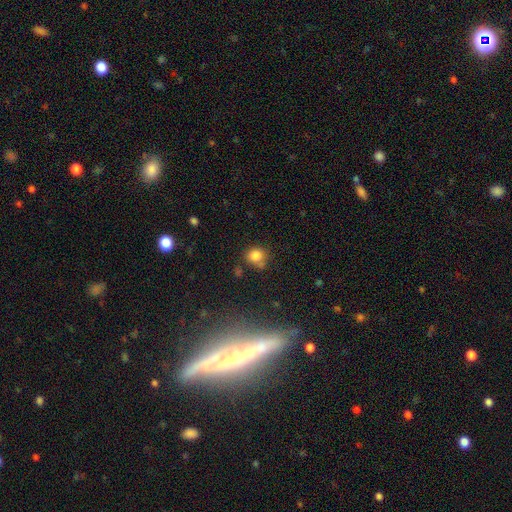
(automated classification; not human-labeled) smooth-or-featured: smooth: 81% | star or artifact: 12% | featured or disk: 7%
  how-rounded: round: 77% | in between: 21% | cigar-shaped: 1%
  merging: none: 63% | minor disturbance: 20% | merger: 11% | major disturbance: 6%